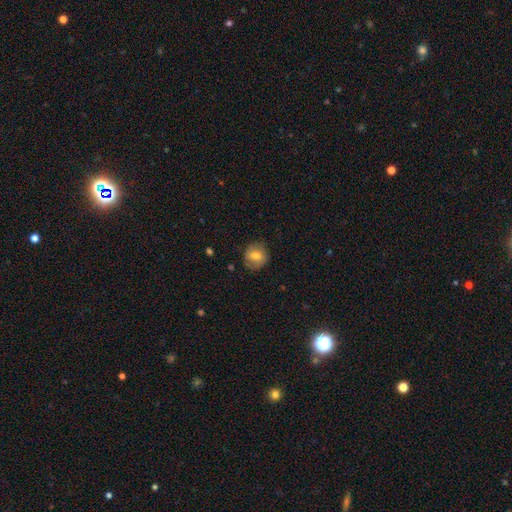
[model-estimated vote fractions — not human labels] Smooth or featured? Predicted: smooth (p=0.68). How rounded? Predicted: round (p=0.78). Merging? Predicted: none (p=0.78).